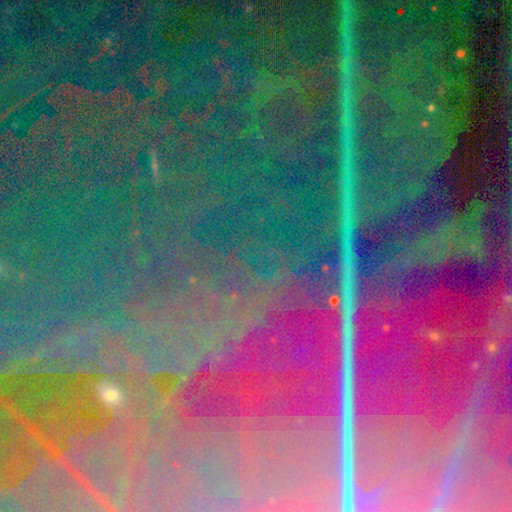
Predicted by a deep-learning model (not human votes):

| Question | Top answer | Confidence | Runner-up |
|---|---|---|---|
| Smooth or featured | star or artifact | 88% | featured or disk (7%) |